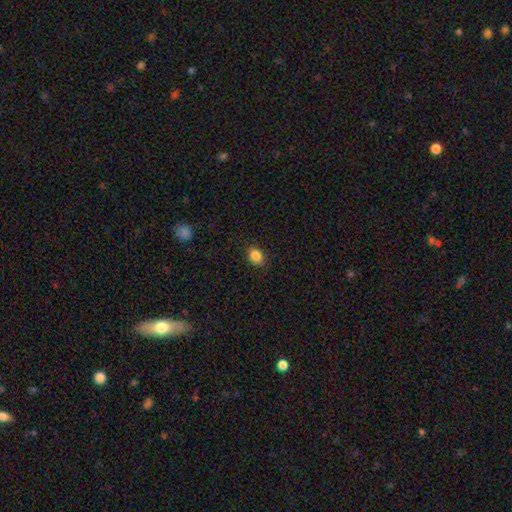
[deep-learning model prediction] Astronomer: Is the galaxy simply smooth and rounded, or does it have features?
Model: smooth — 86%.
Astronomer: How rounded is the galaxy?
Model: in between — 62%.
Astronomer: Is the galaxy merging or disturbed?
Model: none — 89%.